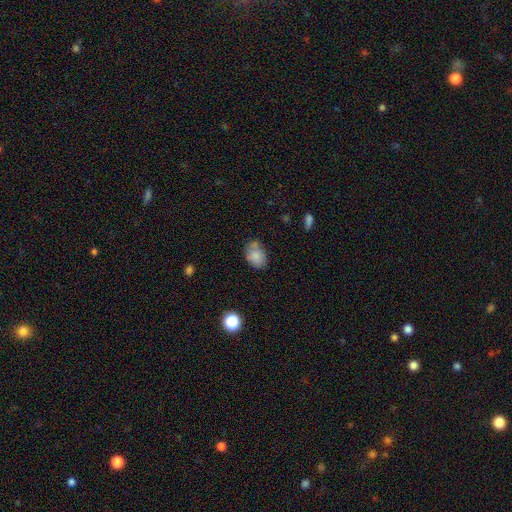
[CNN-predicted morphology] A smooth galaxy with no disk features (81%) that is in between round and cigar-shaped (80%). Merging: none (62%).